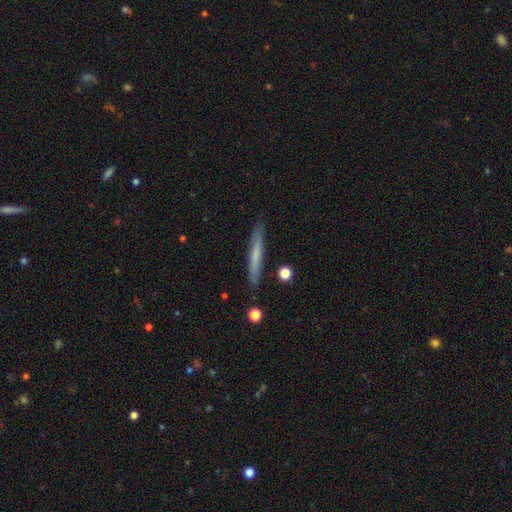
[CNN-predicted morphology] smooth-or-featured: smooth: 59% | featured or disk: 34% | star or artifact: 6%
  how-rounded: cigar-shaped: 96% | in between: 3% | round: 1%
  merging: none: 88% | minor disturbance: 8% | merger: 2% | major disturbance: 2%